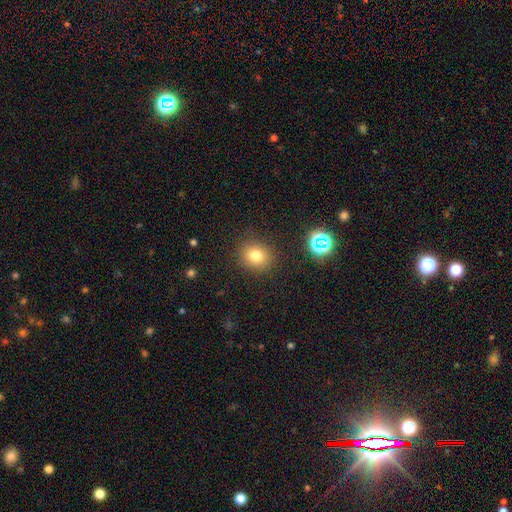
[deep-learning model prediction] A smooth galaxy with no disk features (77%) that is round (76%).

Vote fractions:
- Smooth or featured? smooth: 77% / star or artifact: 15% / featured or disk: 8%
- How rounded? round: 76% / in between: 23% / cigar-shaped: 1%
- Merging? none: 86% / minor disturbance: 9% / major disturbance: 3% / merger: 2%